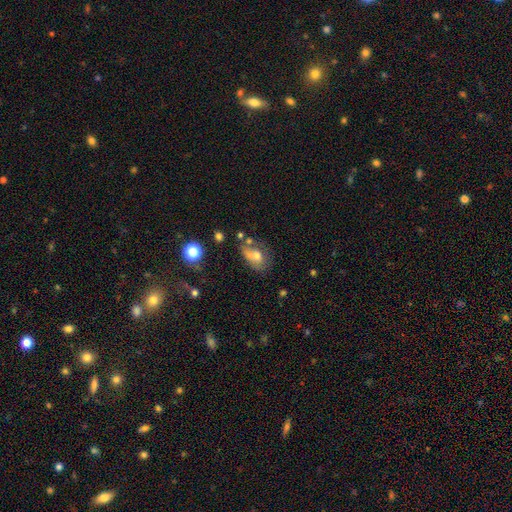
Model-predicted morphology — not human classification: This appears to be a smooth galaxy with no disk features (55%) that is in between round and cigar-shaped (72%). Merging: none (31%).